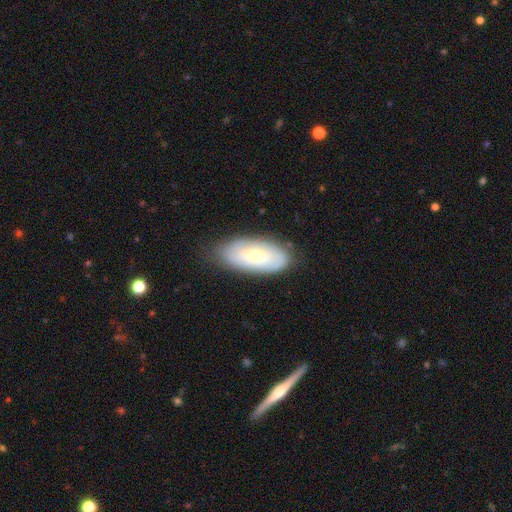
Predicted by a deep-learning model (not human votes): Smooth or featured: smooth — 54% (featured or disk — 39%)
How rounded: in between — 90% (cigar-shaped — 7%)
Merging: none — 77% (minor disturbance — 18%)